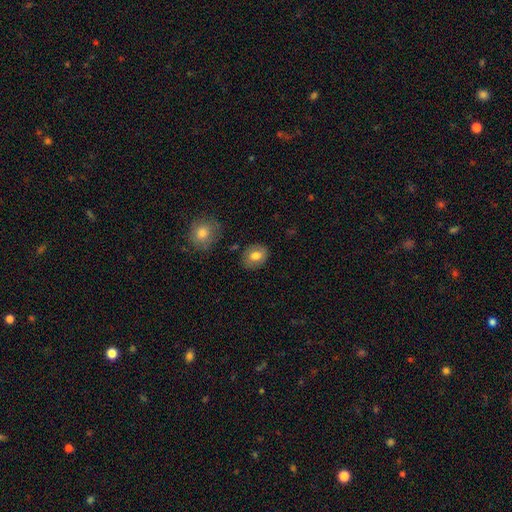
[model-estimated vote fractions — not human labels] Smooth or featured: smooth — 77% (featured or disk — 15%)
How rounded: in between — 53% (round — 46%)
Merging: none — 85% (minor disturbance — 10%)